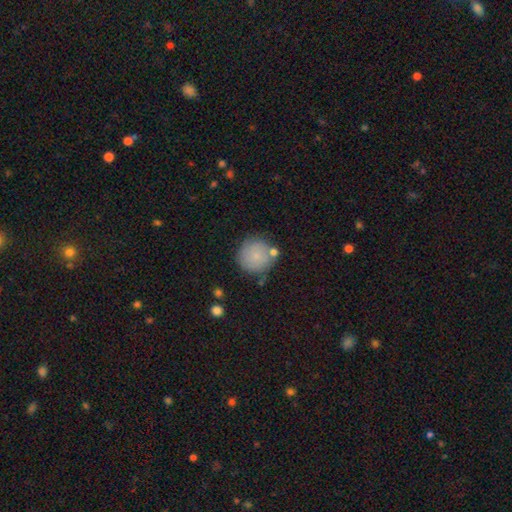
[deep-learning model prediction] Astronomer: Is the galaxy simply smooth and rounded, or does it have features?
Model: smooth — 80%.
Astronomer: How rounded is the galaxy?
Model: round — 94%.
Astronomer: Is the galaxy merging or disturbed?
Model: none — 72%.